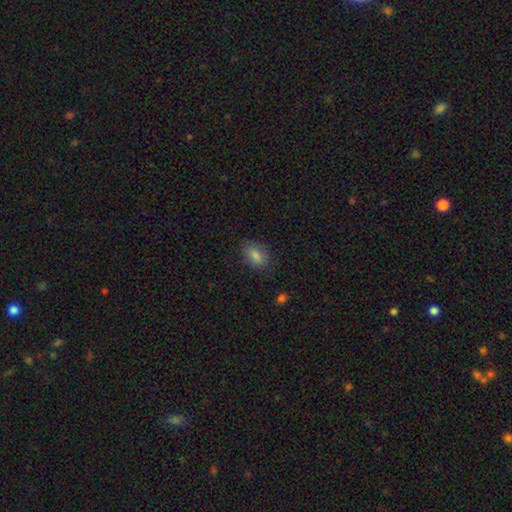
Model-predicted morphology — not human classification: smooth_or_featured: smooth (p=0.82) [alt: star or artifact p=0.10]
how_rounded: in between (p=0.84) [alt: round p=0.12]
merging: none (p=0.80) [alt: minor disturbance p=0.15]